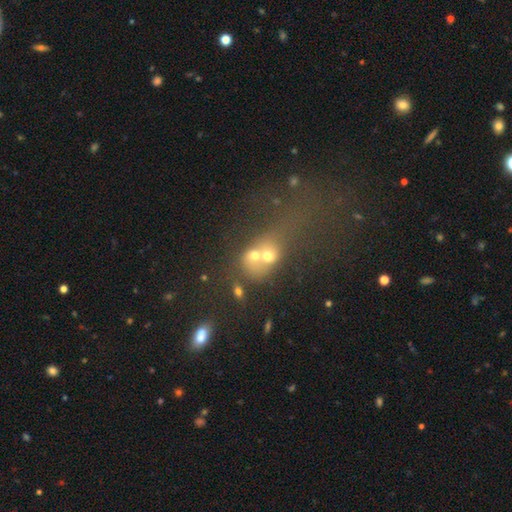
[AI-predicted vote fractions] Overall: smooth (50%; featured or disk 27%). How rounded: round (51%; in between 43%). Merging: merger (60%).